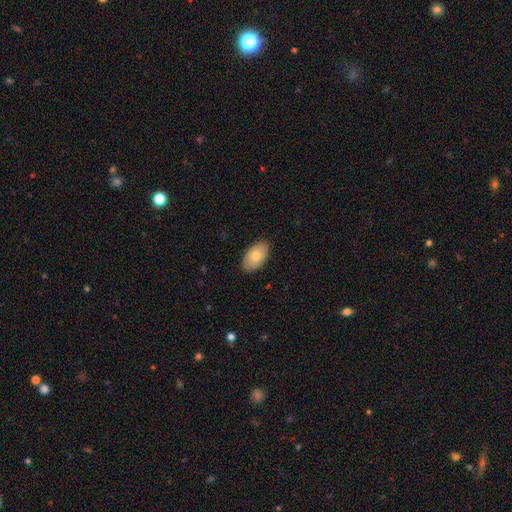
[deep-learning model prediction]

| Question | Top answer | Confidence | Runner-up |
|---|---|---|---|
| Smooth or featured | smooth | 79% | featured or disk (15%) |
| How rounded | in between | 94% | round (4%) |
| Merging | none | 86% | minor disturbance (11%) |